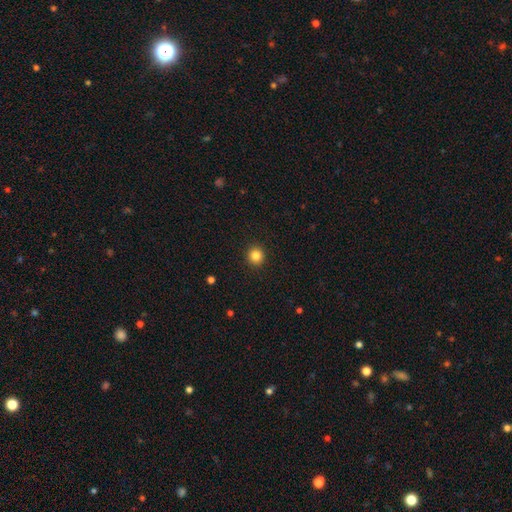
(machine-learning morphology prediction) A smooth galaxy with no disk features (83%) that is round (93%).

Vote fractions:
- Smooth or featured? smooth: 83% / star or artifact: 12% / featured or disk: 5%
- How rounded? round: 93% / in between: 6% / cigar-shaped: 1%
- Merging? none: 93% / minor disturbance: 5% / major disturbance: 2% / merger: 1%